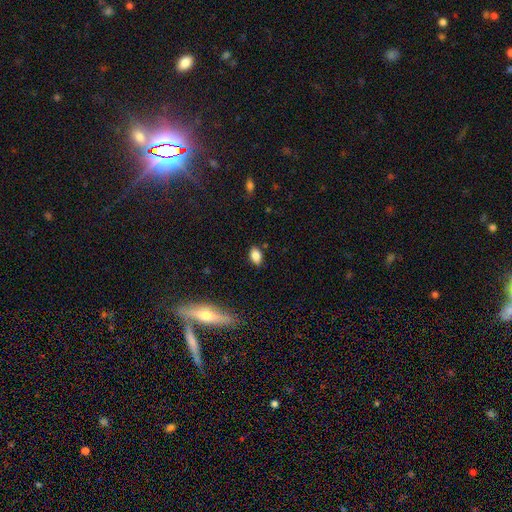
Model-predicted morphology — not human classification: Smooth or featured? Predicted: smooth (p=0.83). How rounded? Predicted: in between (p=0.84). Merging? Predicted: none (p=0.78).